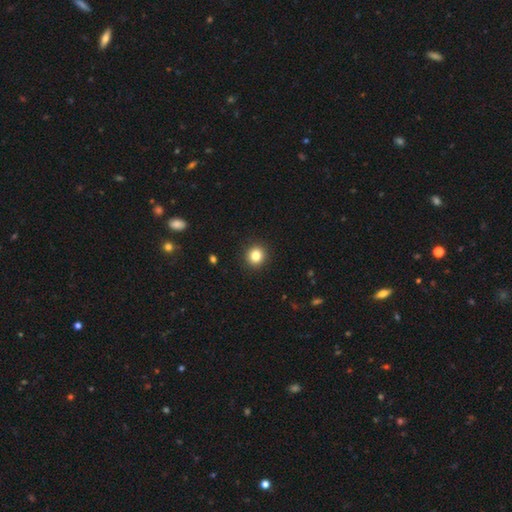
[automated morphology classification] This is clearly a smooth galaxy (83%). How rounded: clearly round (90%). Merging: clearly none (92%).